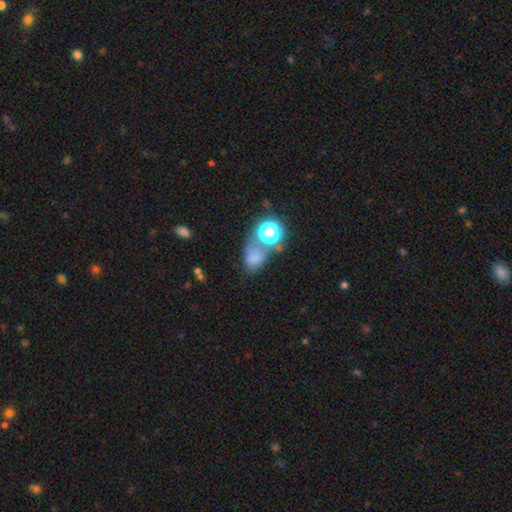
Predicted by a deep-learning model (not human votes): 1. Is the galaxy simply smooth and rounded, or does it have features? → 68% smooth, 20% star or artifact, 12% featured or disk.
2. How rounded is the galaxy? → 58% in between, 40% round, 2% cigar-shaped.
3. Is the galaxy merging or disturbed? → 37% none, 32% merger, 17% minor disturbance, 14% major disturbance.